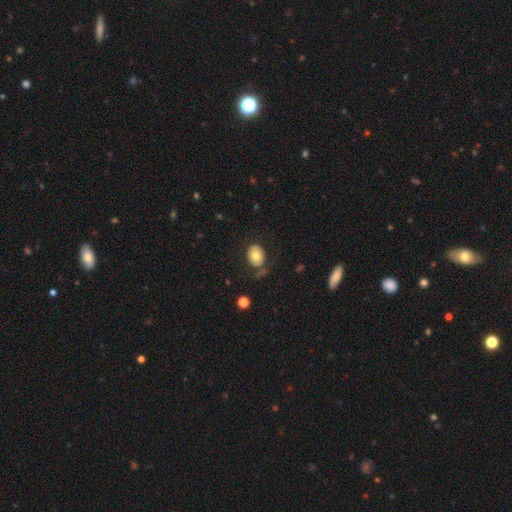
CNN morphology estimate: smooth-or-featured: smooth: 70% | featured or disk: 22% | star or artifact: 8%
  how-rounded: in between: 54% | round: 45% | cigar-shaped: 1%
  merging: none: 65% | minor disturbance: 19% | major disturbance: 11% | merger: 5%